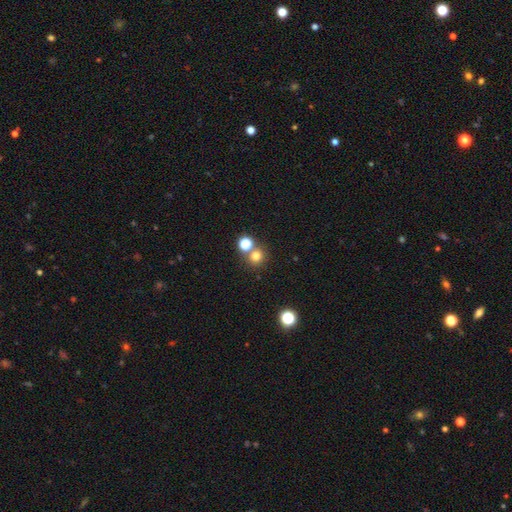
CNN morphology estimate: Q: Smooth or featured?
A: smooth (73%); runner-up: star or artifact (19%)
Q: How rounded?
A: round (89%); runner-up: in between (10%)
Q: Merging?
A: none (66%); runner-up: merger (24%)